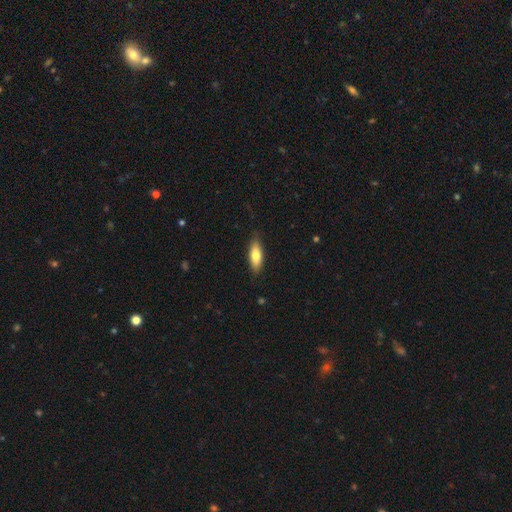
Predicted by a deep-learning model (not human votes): smooth-or-featured: smooth: 74% | featured or disk: 20% | star or artifact: 6%
  how-rounded: in between: 65% | cigar-shaped: 33% | round: 2%
  merging: none: 83% | minor disturbance: 14% | major disturbance: 2% | merger: 1%